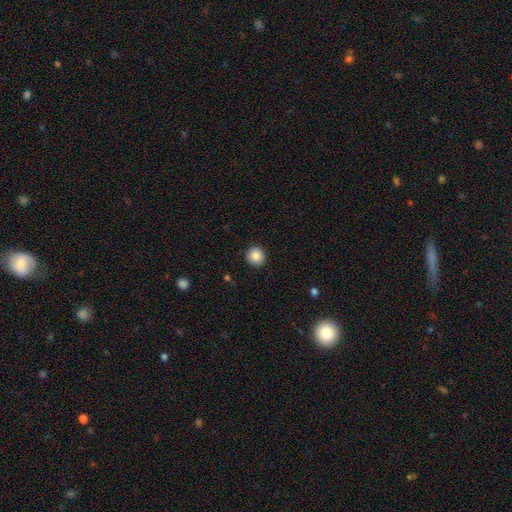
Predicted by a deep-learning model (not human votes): Q: Smooth or featured?
A: smooth (86%); runner-up: star or artifact (9%)
Q: How rounded?
A: round (94%); runner-up: in between (5%)
Q: Merging?
A: none (92%); runner-up: minor disturbance (5%)